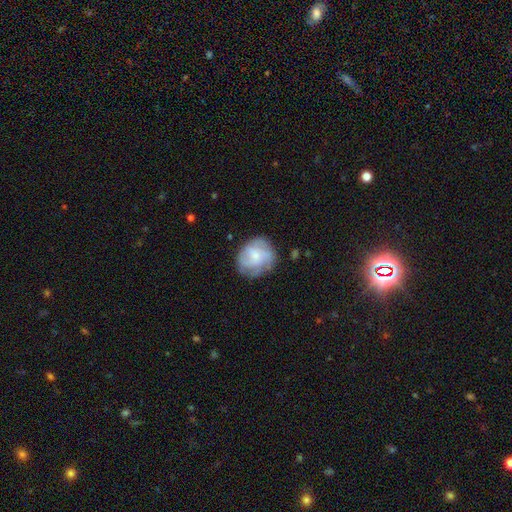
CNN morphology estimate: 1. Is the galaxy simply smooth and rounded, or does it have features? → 56% featured or disk, 36% smooth, 7% star or artifact.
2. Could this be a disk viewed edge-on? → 98% no, 2% yes.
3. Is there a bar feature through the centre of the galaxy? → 68% no, 28% weak, 4% strong.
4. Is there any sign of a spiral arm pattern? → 78% yes, 22% no.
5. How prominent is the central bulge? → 59% small, 28% moderate, 9% none, 3% large, 1% dominant.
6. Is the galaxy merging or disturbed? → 68% none, 21% minor disturbance, 10% major disturbance, 2% merger.